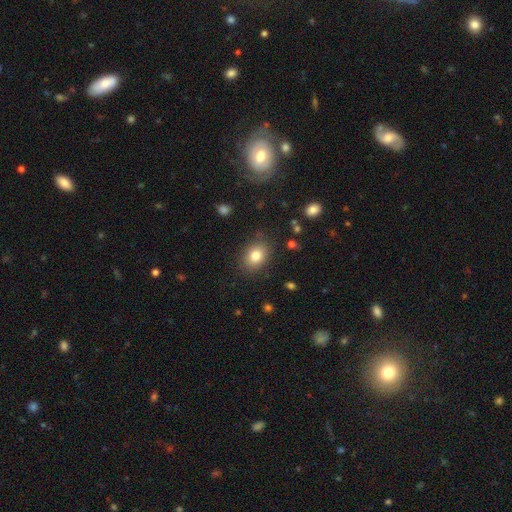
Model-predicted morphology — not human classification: smooth-or-featured: smooth: 81% | star or artifact: 10% | featured or disk: 9%
  how-rounded: in between: 61% | round: 38% | cigar-shaped: 1%
  merging: none: 84% | minor disturbance: 11% | major disturbance: 3% | merger: 2%